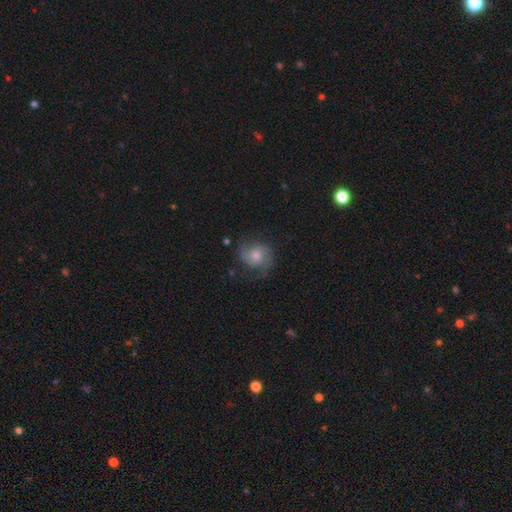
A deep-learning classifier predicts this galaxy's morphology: Smooth or featured? featured or disk (54%)
Edge-on disk? no (97%)
Bar? no (74%)
Spiral arms? yes (88%)
Bulge size? moderate (56%)
Merging? none (65%)